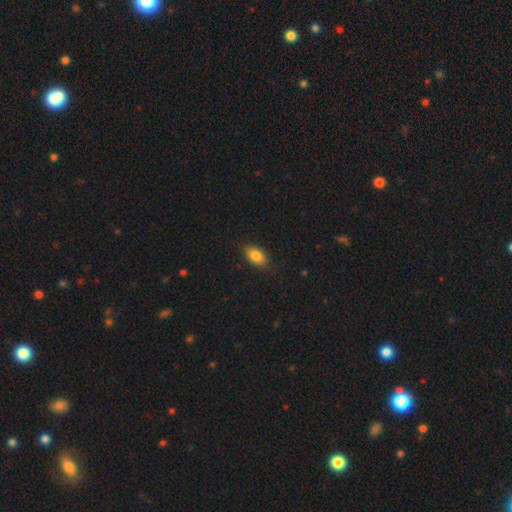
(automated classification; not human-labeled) A smooth galaxy with no disk features (83%) that is in between round and cigar-shaped (87%). Merging: none (80%).